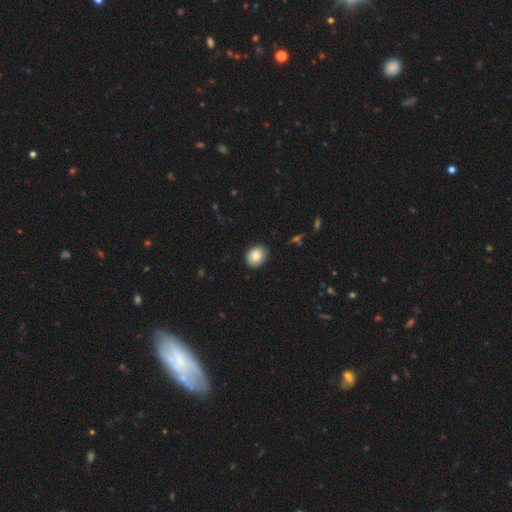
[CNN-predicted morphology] Q: Smooth or featured?
A: smooth (86%); runner-up: star or artifact (8%)
Q: How rounded?
A: in between (54%); runner-up: round (45%)
Q: Merging?
A: none (86%); runner-up: minor disturbance (11%)